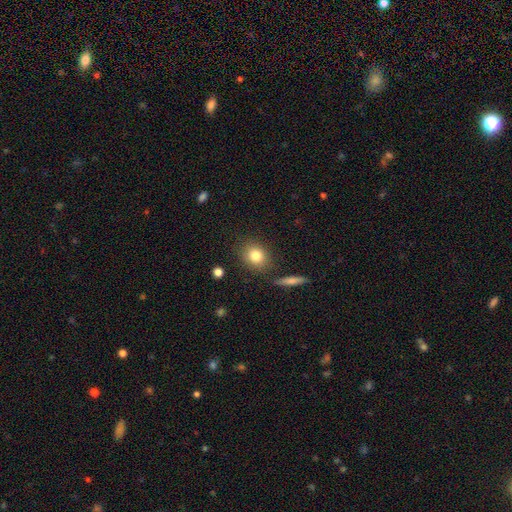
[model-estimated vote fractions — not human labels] Smooth or featured?
  - smooth: 81% *
  - star or artifact: 10%
  - featured or disk: 9%
How rounded?
  - round: 61% *
  - in between: 37%
  - cigar-shaped: 2%
Merging?
  - none: 84% *
  - minor disturbance: 10%
  - merger: 3%
  - major disturbance: 3%